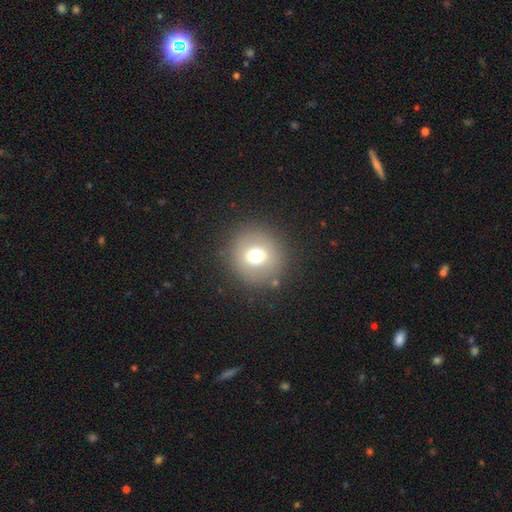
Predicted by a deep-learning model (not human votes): smooth 67%, featured or disk 19%, star or artifact 14%. Down the decision tree: how rounded — round (93%); merging — none (86%).